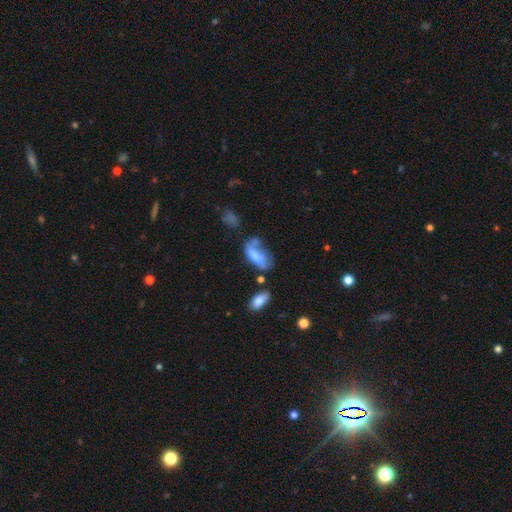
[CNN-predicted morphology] smooth 62%, featured or disk 28%, star or artifact 9%. Down the decision tree: how rounded — in between (85%); merging — none (27%, tied with major disturbance).